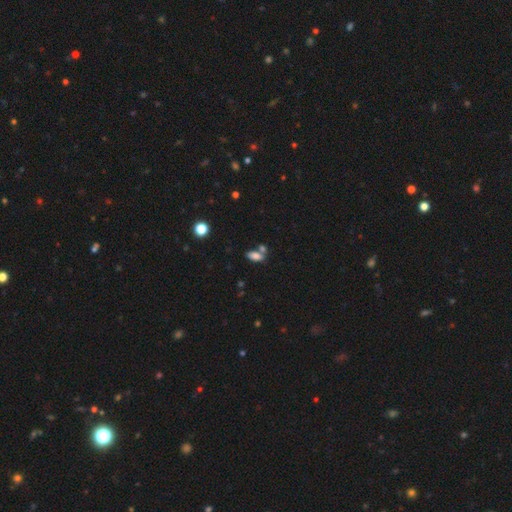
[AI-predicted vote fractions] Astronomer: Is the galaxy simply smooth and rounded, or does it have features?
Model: smooth — 80%.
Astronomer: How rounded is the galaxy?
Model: in between — 87%.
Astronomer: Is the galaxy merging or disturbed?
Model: none — 51% (runner-up: merger, 33%).